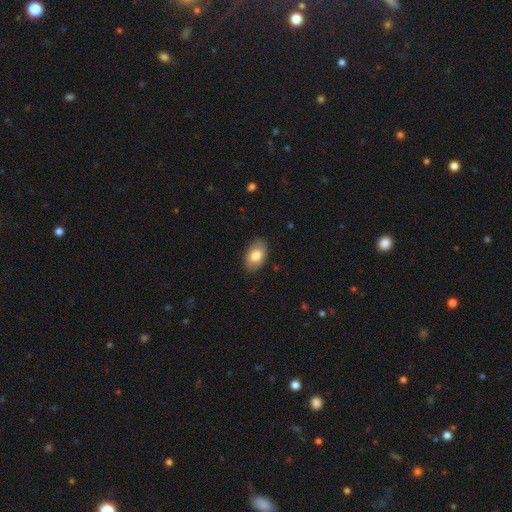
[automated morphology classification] Q: Smooth or featured?
A: smooth (78%); runner-up: featured or disk (16%)
Q: How rounded?
A: in between (91%); runner-up: round (8%)
Q: Merging?
A: none (85%); runner-up: minor disturbance (12%)